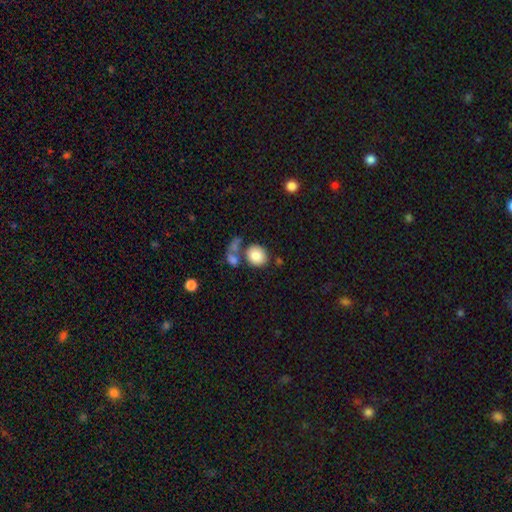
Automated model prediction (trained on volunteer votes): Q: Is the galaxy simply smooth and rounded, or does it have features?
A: smooth — 83%.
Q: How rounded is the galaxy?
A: round — 67%.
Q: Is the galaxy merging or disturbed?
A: none — 59%.